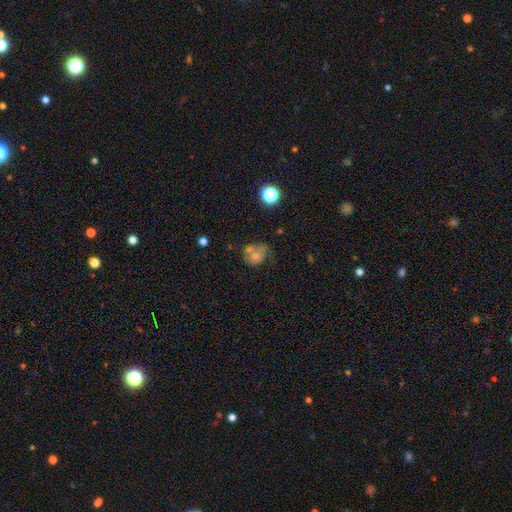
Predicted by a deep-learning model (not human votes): Smooth or featured: smooth — 50% (featured or disk — 32%)
Merging: none — 41% (merger — 28%)